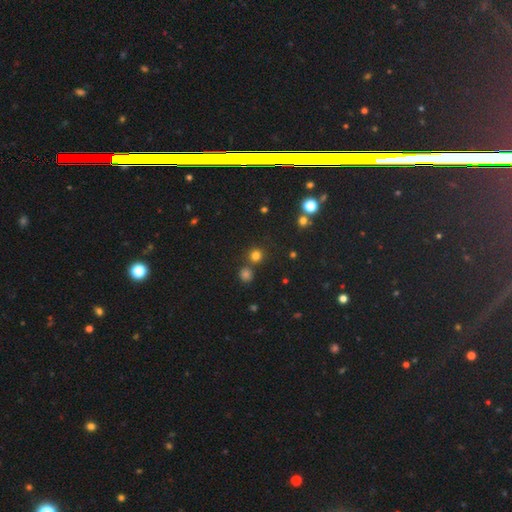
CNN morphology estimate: A smooth galaxy with no disk features (75%) that is round (92%).

Vote fractions:
- Smooth or featured? smooth: 75% / star or artifact: 20% / featured or disk: 5%
- How rounded? round: 92% / in between: 7% / cigar-shaped: 1%
- Merging? none: 75% / merger: 15% / minor disturbance: 7% / major disturbance: 3%